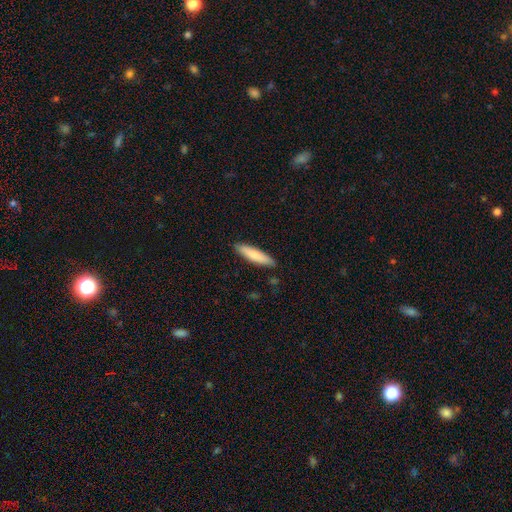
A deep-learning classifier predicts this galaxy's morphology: Q: Smooth or featured?
A: smooth (79%); runner-up: featured or disk (16%)
Q: How rounded?
A: cigar-shaped (79%); runner-up: in between (20%)
Q: Merging?
A: none (88%); runner-up: minor disturbance (9%)